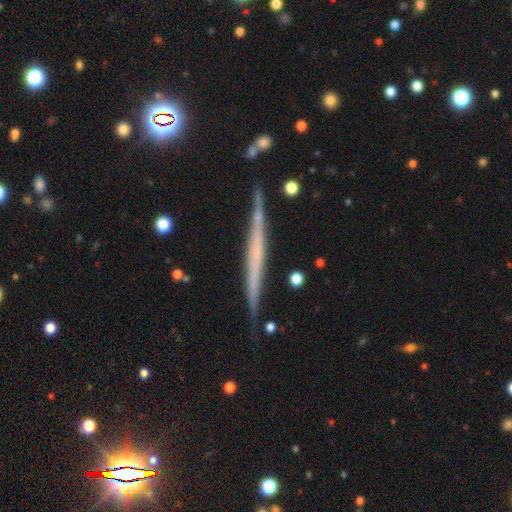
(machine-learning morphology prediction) A featured or disk galaxy (60%) viewed edge-on (97%) with no central bulge (86%).

Vote fractions:
- Smooth or featured? featured or disk: 60% / smooth: 31% / star or artifact: 9%
- Edge-on disk? yes: 97% / no: 3%
- Edge-on bulge? none: 86% / rounded: 9% / boxy: 5%
- Merging? none: 87% / minor disturbance: 9% / merger: 2% / major disturbance: 2%